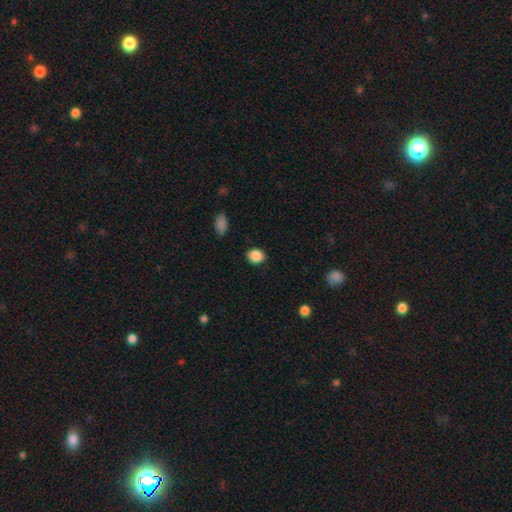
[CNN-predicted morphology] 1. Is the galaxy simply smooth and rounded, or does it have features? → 88% smooth, 9% star or artifact, 4% featured or disk.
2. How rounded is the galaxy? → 61% round, 38% in between, 1% cigar-shaped.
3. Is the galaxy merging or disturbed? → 87% none, 9% minor disturbance, 2% major disturbance, 1% merger.